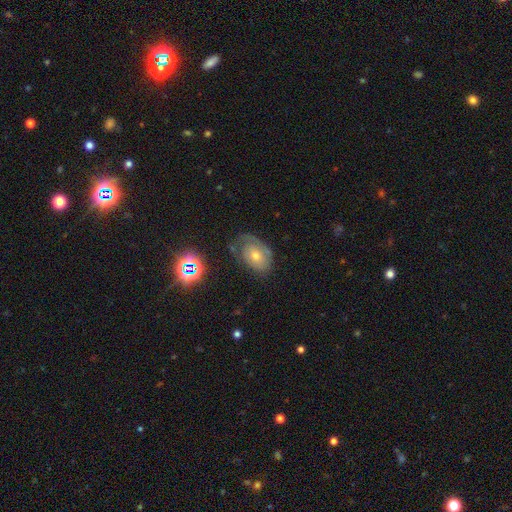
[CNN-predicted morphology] This appears to be a featured or disk galaxy (51%). Merging: none (53%).